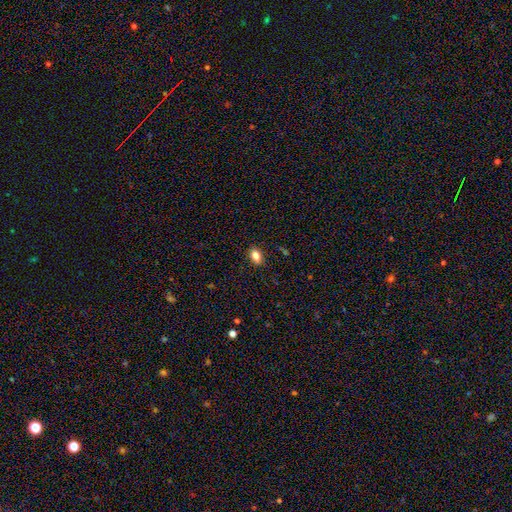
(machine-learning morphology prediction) A smooth galaxy with no disk features (80%) that is in between round and cigar-shaped (83%). Merging: none (86%).